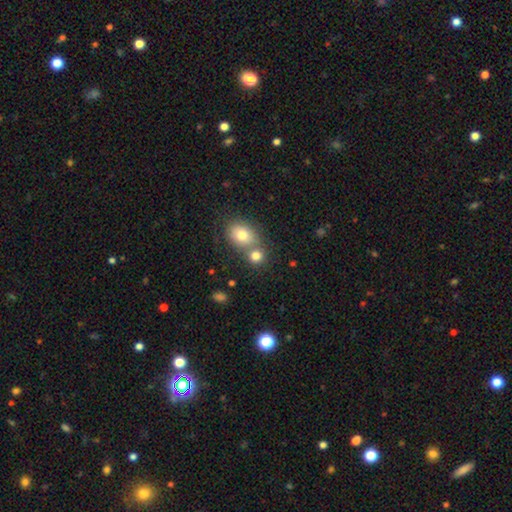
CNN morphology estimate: The model was most divided on "merging": none: 47%, merger: 42%, minor disturbance: 8%, major disturbance: 3%. More confident: smooth or featured — smooth (79%); how rounded — round (73%).